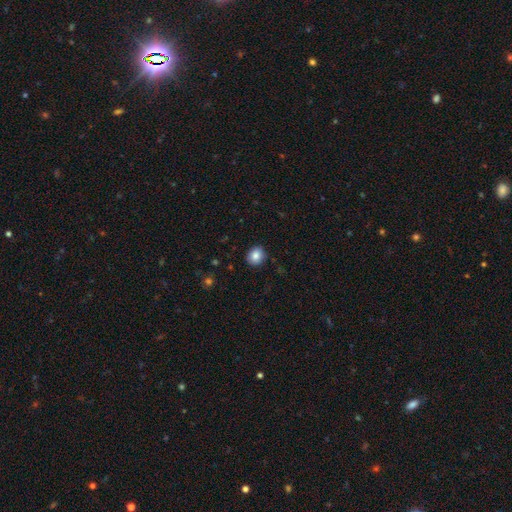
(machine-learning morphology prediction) This is clearly a smooth galaxy (85%). How rounded: likely round (73%). Merging: clearly none (88%).